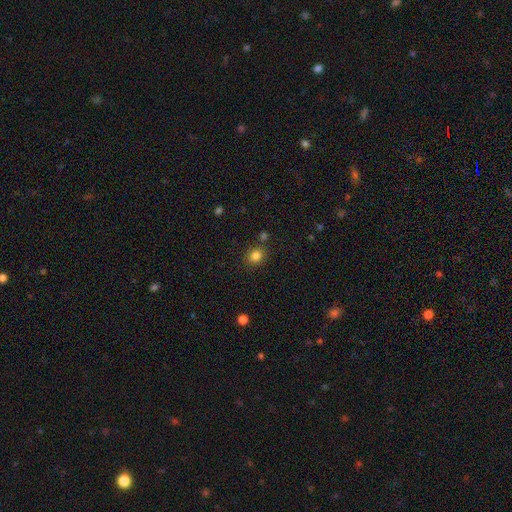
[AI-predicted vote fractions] Overall: smooth (82%). How rounded: round (73%). Merging: none (82%).